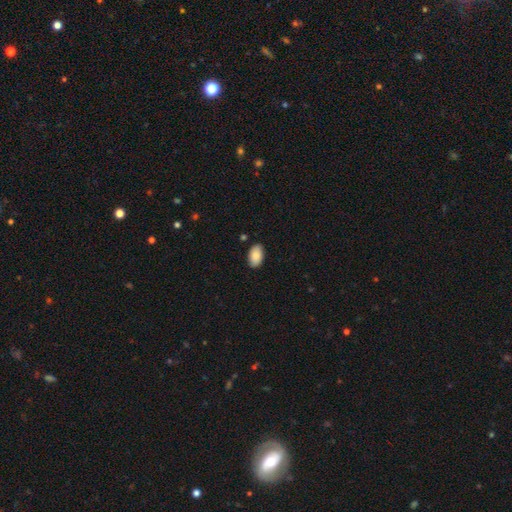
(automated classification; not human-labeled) Smooth or featured?
  - smooth: 86% *
  - featured or disk: 7%
  - star or artifact: 6%
How rounded?
  - in between: 94% *
  - round: 5%
  - cigar-shaped: 1%
Merging?
  - none: 87% *
  - minor disturbance: 10%
  - major disturbance: 2%
  - merger: 1%